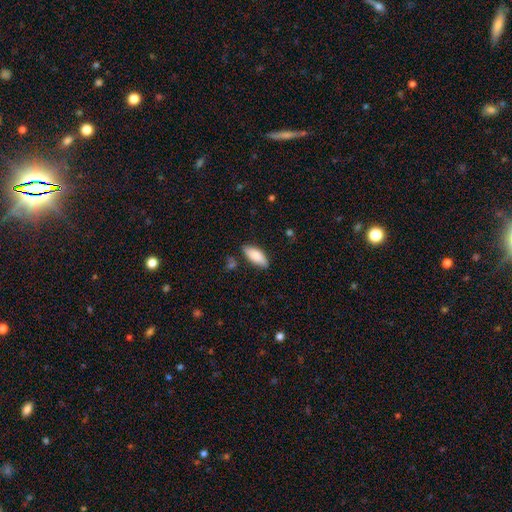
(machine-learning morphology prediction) Smooth or featured: smooth — 85% (featured or disk — 9%)
How rounded: in between — 81% (cigar-shaped — 18%)
Merging: none — 80% (minor disturbance — 15%)